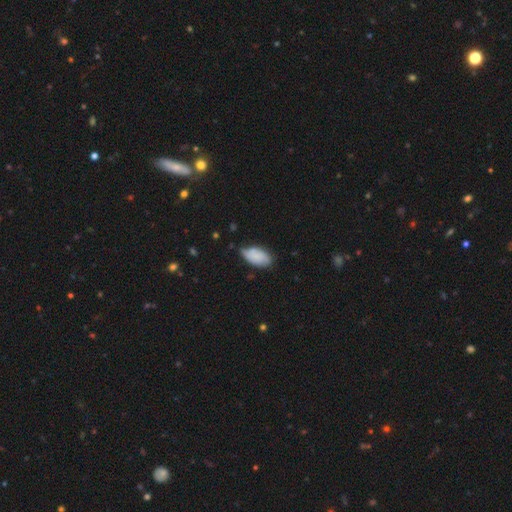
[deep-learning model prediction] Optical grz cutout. It shows a smooth galaxy with no disk features (74%) that is in between round and cigar-shaped (94%). Merging: none (55%).